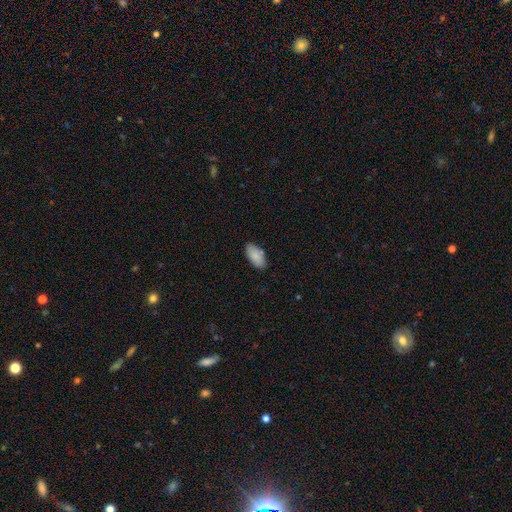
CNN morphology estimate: type=smooth (88%); roundness=in between (93%); merging=none (83%).